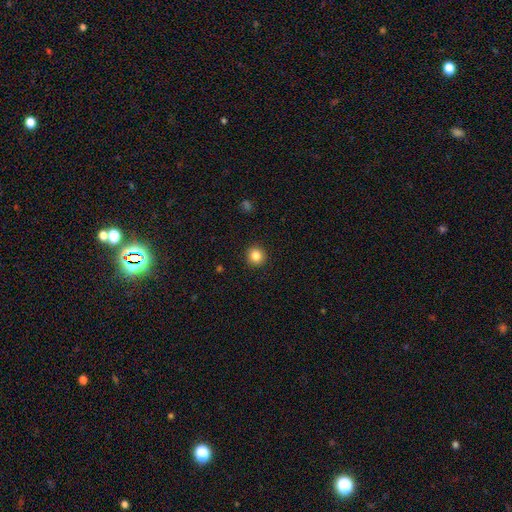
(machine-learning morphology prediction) smooth-or-featured: smooth: 85% | star or artifact: 11% | featured or disk: 5%
  how-rounded: round: 94% | in between: 5% | cigar-shaped: 1%
  merging: none: 93% | minor disturbance: 5% | major disturbance: 2% | merger: 1%